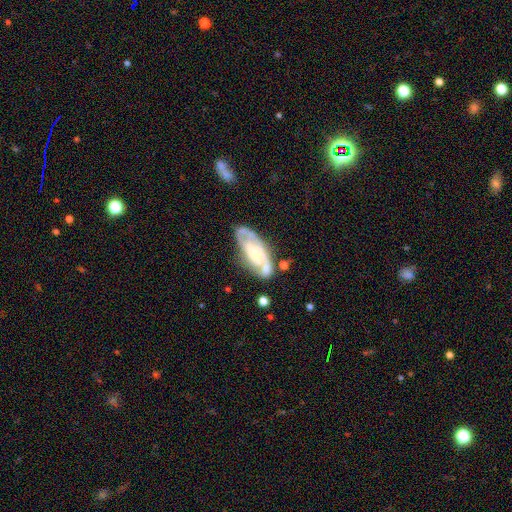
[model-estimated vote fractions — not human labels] Smooth or featured?
  - featured or disk: 70% *
  - smooth: 23%
  - star or artifact: 7%
Edge-on disk?
  - no: 89% *
  - yes: 11%
Bar?
  - no: 60% *
  - weak: 28%
  - strong: 12%
Spiral arms?
  - yes: 76% *
  - no: 24%
Bulge size?
  - moderate: 35% *
  - large: 26%
  - small: 21%
  - none: 14%
  - dominant: 4%
Merging?
  - none: 55% *
  - minor disturbance: 23%
  - major disturbance: 13%
  - merger: 9%